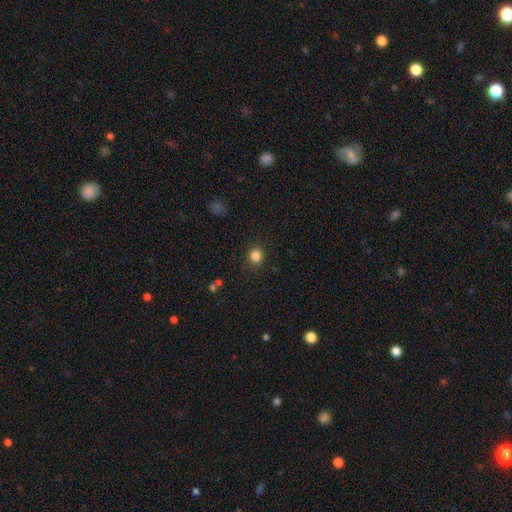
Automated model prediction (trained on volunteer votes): Smooth or featured? smooth (84%)
How rounded? round (84%)
Merging? none (87%)